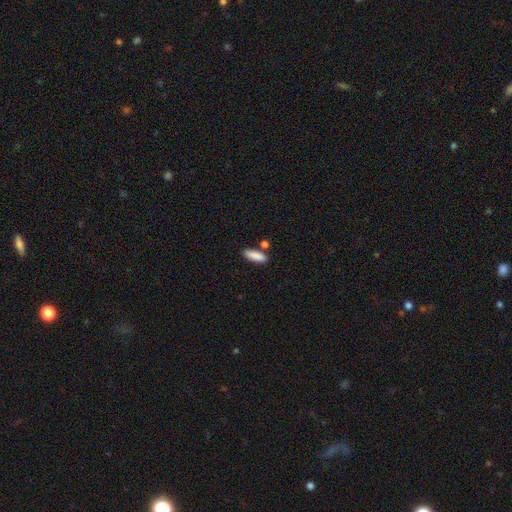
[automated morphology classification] Smooth or featured: smooth — 88% (star or artifact — 7%)
How rounded: in between — 52% (cigar-shaped — 45%)
Merging: none — 75% (minor disturbance — 12%)